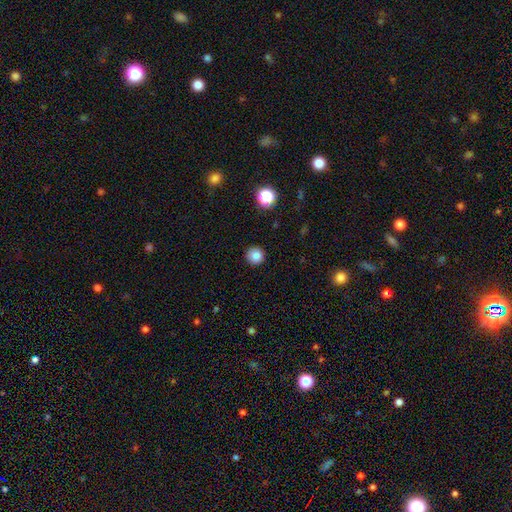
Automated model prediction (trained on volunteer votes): Morphology: type=smooth (85%); roundness=round (95%); merging=none (91%).